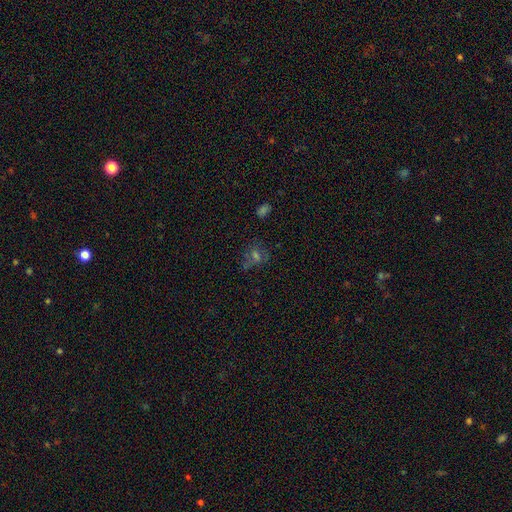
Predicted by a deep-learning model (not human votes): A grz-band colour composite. It shows a star or artifact, not a galaxy (43%).